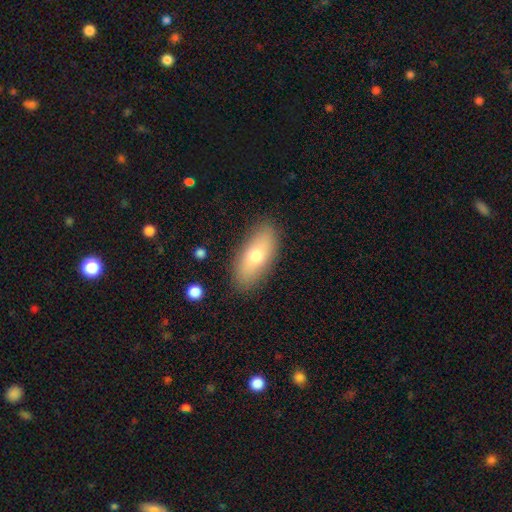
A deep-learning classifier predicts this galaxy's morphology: A smooth galaxy with no disk features (70%) that is in between round and cigar-shaped (84%).

Vote fractions:
- Smooth or featured? smooth: 70% / featured or disk: 23% / star or artifact: 7%
- How rounded? in between: 84% / cigar-shaped: 13% / round: 3%
- Merging? none: 87% / minor disturbance: 9% / major disturbance: 2% / merger: 1%